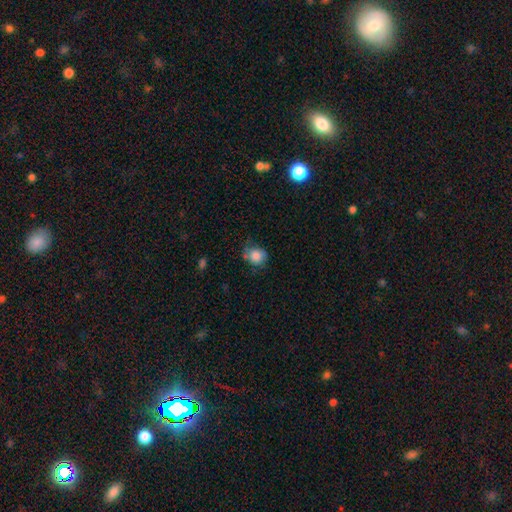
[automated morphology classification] smooth-or-featured: smooth: 82% | featured or disk: 10% | star or artifact: 8%
  how-rounded: round: 71% | in between: 28% | cigar-shaped: 1%
  merging: none: 55% | minor disturbance: 31% | major disturbance: 10% | merger: 4%